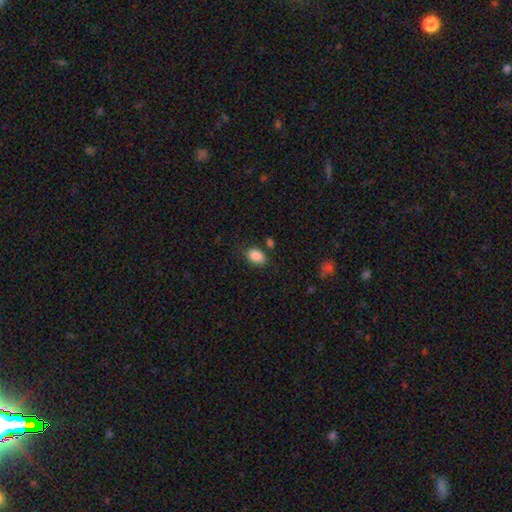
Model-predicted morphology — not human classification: type=smooth (87%); roundness=in between (81%); merging=none (74%).